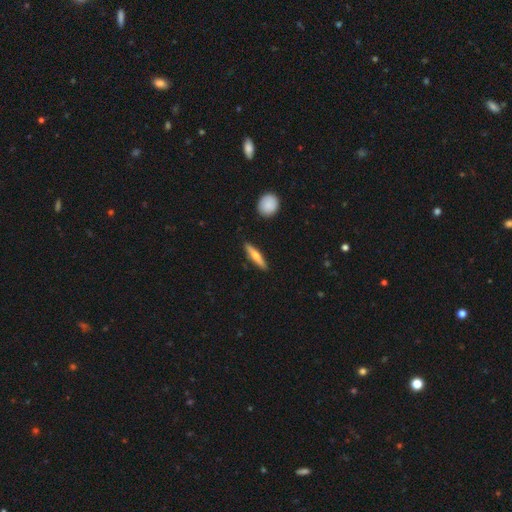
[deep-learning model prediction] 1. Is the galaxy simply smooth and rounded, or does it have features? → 53% smooth, 41% featured or disk, 6% star or artifact.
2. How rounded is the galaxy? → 83% cigar-shaped, 14% in between, 3% round.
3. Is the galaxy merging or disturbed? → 90% none, 7% minor disturbance, 2% merger, 2% major disturbance.